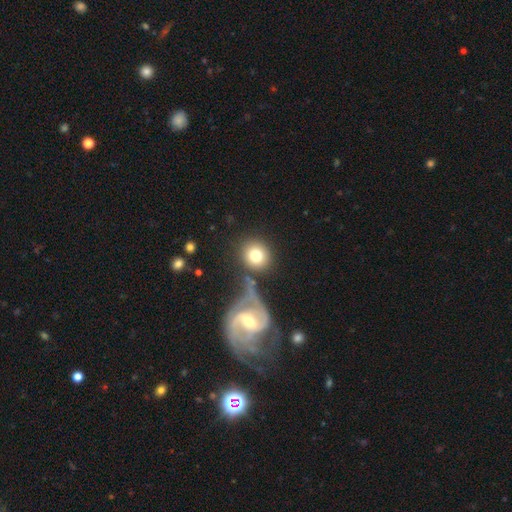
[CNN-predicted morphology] The model was most divided on "merging": none: 66%, merger: 18%, minor disturbance: 11%, major disturbance: 6%. More confident: how rounded — round (84%); smooth or featured — smooth (77%).